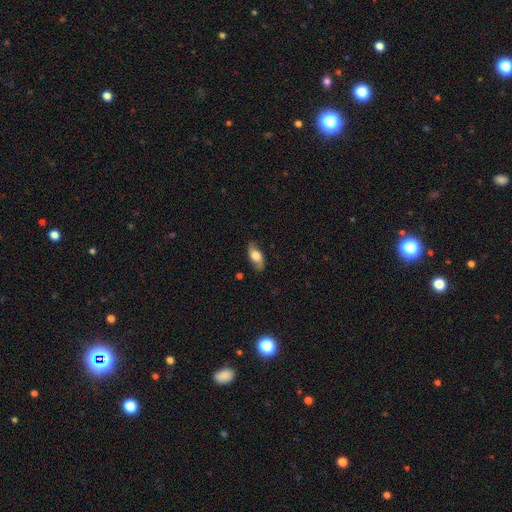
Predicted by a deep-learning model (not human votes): This is possibly a smooth galaxy (49%). Merging: likely none (79%).